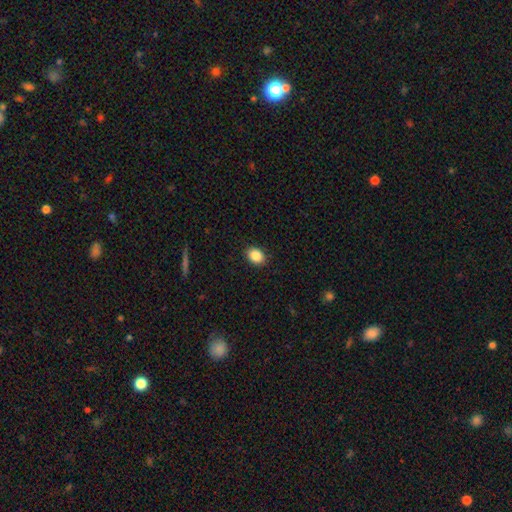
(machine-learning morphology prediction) A smooth galaxy with no disk features (87%) that is in between round and cigar-shaped (66%). Merging: none (89%).